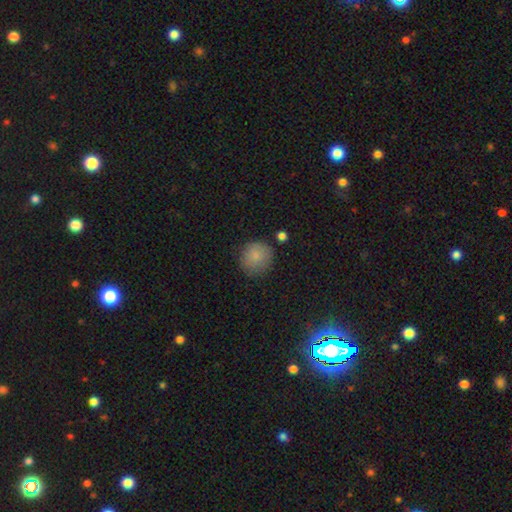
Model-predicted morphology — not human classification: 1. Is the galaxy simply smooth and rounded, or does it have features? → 85% smooth, 8% star or artifact, 7% featured or disk.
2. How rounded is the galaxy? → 89% round, 10% in between, 1% cigar-shaped.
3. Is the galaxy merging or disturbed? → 76% none, 16% minor disturbance, 4% major disturbance, 4% merger.